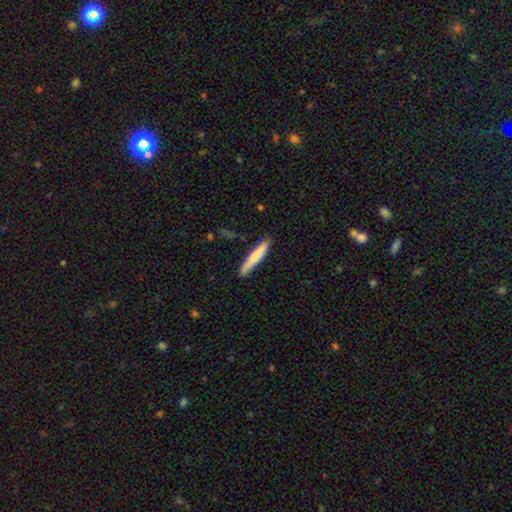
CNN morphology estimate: smooth-or-featured: smooth: 76% | featured or disk: 19% | star or artifact: 5%
  how-rounded: cigar-shaped: 93% | in between: 6% | round: 1%
  merging: none: 85% | minor disturbance: 11% | major disturbance: 2% | merger: 2%